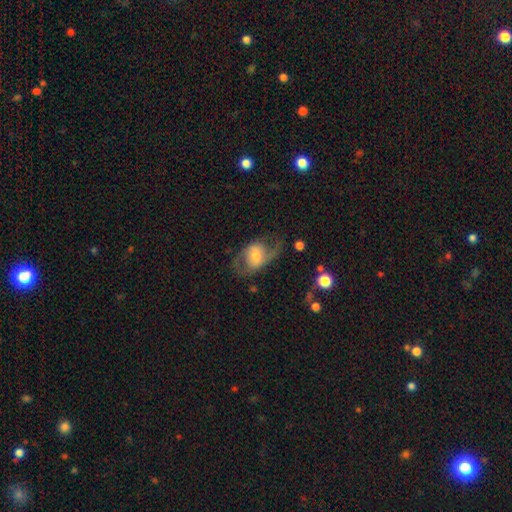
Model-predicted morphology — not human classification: Smooth or featured? featured or disk (58%)
Edge-on disk? no (94%)
Bar? no (60%)
Spiral arms? yes (71%)
Bulge size? moderate (55%)
Merging? none (50%)